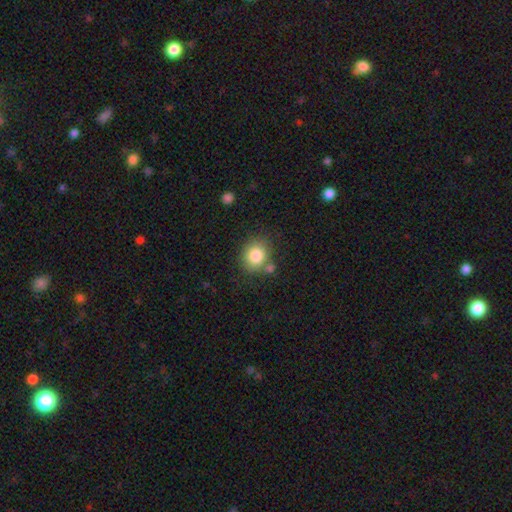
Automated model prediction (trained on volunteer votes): Q: Smooth or featured?
A: smooth (83%); runner-up: star or artifact (9%)
Q: How rounded?
A: round (70%); runner-up: in between (29%)
Q: Merging?
A: none (70%); runner-up: minor disturbance (13%)